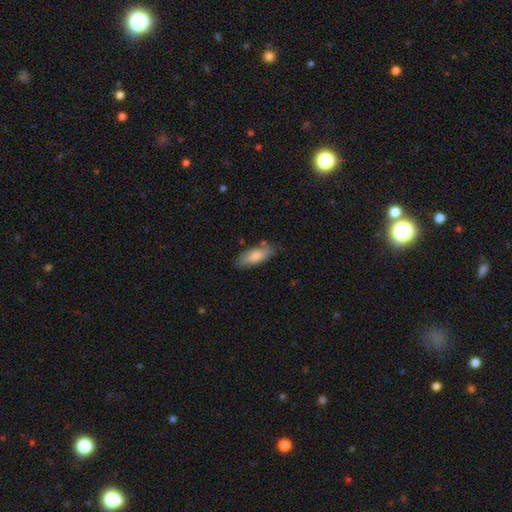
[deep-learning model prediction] Overall: smooth (81%). How rounded: in between (76%). Merging: none (75%).